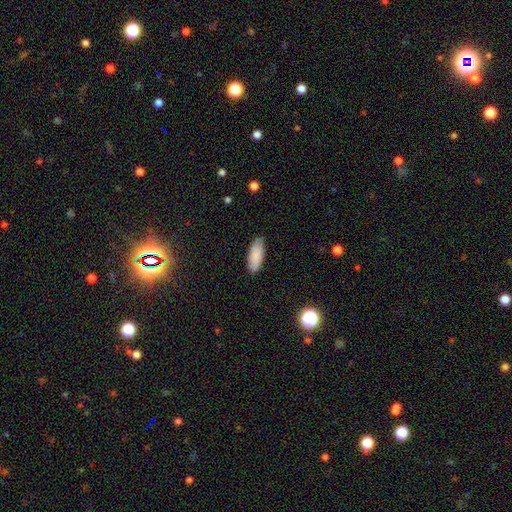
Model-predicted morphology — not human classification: This appears to be a smooth galaxy with no disk features (88%) that is in between round and cigar-shaped (74%). Merging: none (86%).